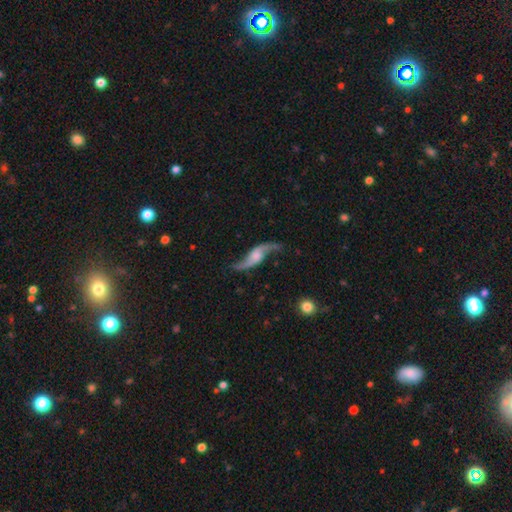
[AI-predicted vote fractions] Morphology: type=featured or disk (87%); edge-on=no (88%); bar=no (55%); spiral arms=yes (96%); winding=loose (91%); arm count=2 (94%); bulge=moderate (33%); merging=none (72%).